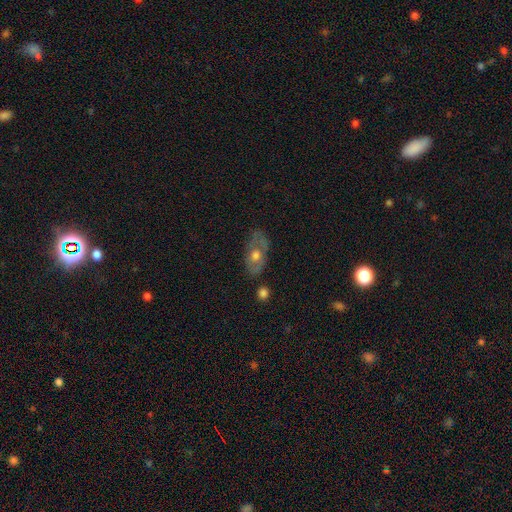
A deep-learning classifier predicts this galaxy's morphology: featured or disk 53%, smooth 39%, star or artifact 8%. Down the decision tree: edge-on disk — no (84%); merging — none (69%).